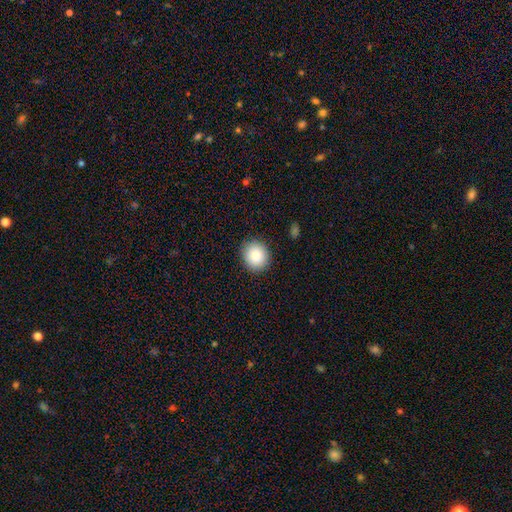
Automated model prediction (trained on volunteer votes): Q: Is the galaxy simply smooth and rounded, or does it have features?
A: smooth — 85%.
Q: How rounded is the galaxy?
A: round — 77%.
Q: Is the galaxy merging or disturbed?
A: none — 89%.